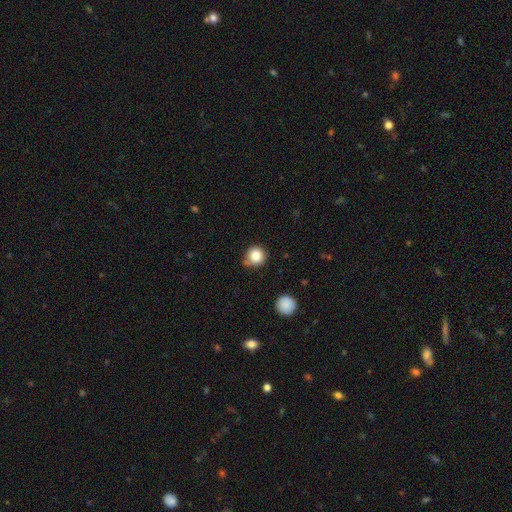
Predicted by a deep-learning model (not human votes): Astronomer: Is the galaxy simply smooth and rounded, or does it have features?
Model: smooth — 85%.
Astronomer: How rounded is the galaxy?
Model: round — 93%.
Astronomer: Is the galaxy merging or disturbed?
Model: none — 71%.